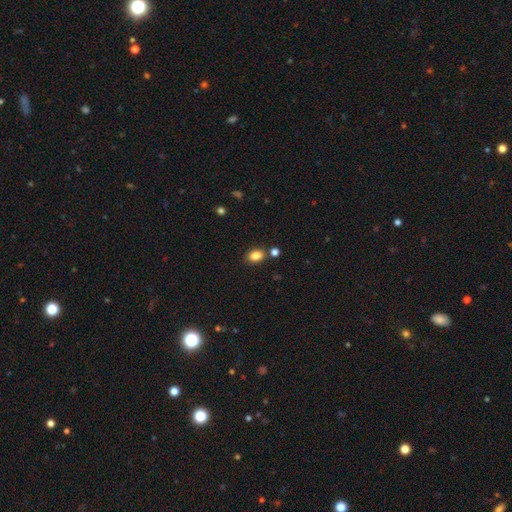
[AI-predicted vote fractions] A smooth galaxy with no disk features (85%) that is in between round and cigar-shaped (76%).

Vote fractions:
- Smooth or featured? smooth: 85% / star or artifact: 10% / featured or disk: 5%
- How rounded? in between: 76% / round: 23% / cigar-shaped: 1%
- Merging? none: 78% / minor disturbance: 11% / merger: 9% / major disturbance: 3%